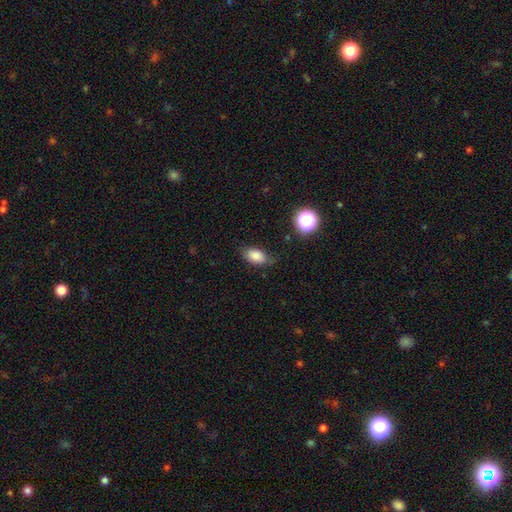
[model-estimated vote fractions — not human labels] This is clearly a smooth galaxy (81%). How rounded: clearly in between (88%). Merging: likely none (67%).